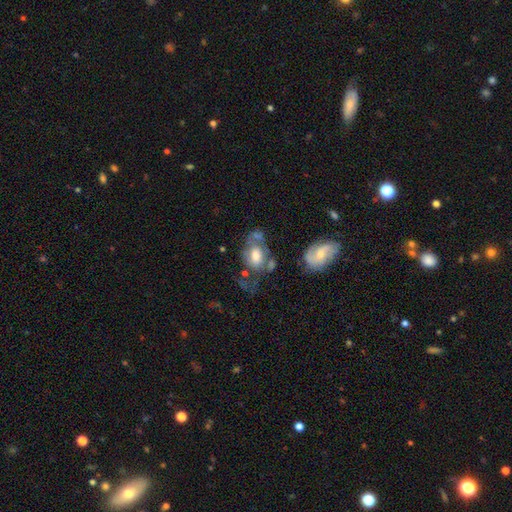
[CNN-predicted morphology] smooth_or_featured: smooth (p=0.48) [alt: featured or disk p=0.44]
merging: none (p=0.29) [alt: major disturbance p=0.28]